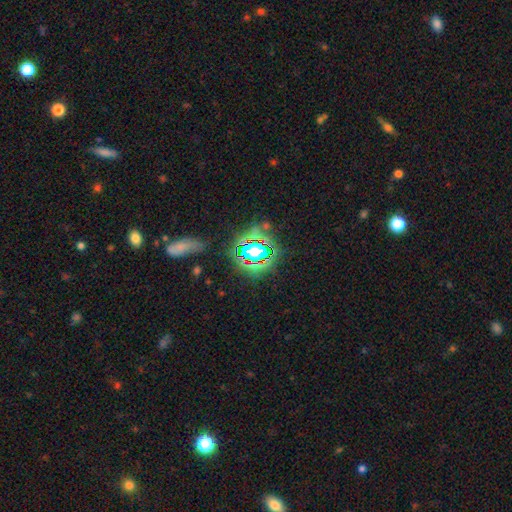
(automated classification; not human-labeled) Q: Smooth or featured?
A: star or artifact (76%); runner-up: smooth (14%)